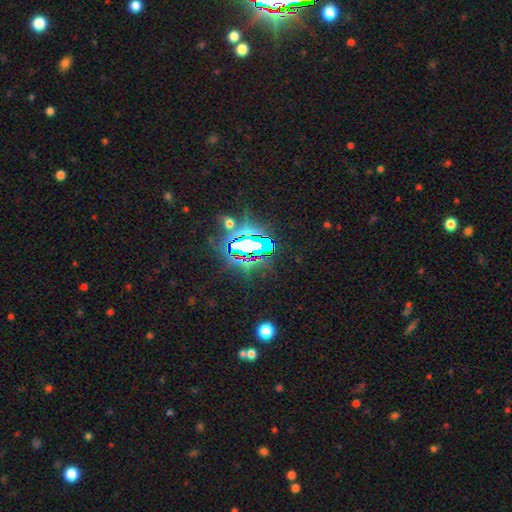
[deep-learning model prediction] This is likely a star or artifact rather than a galaxy (78%).